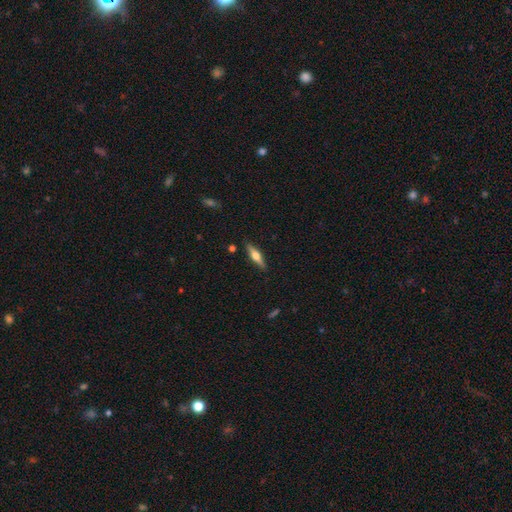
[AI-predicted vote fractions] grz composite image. It shows a featured or disk galaxy (57%) viewed edge-on (95%) with a rounded central bulge (94%). Merging: none (89%).